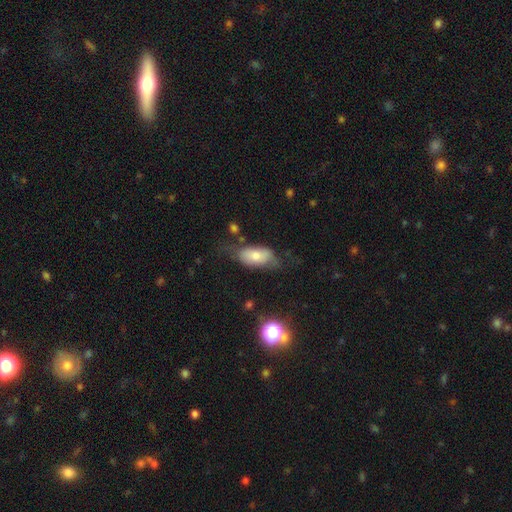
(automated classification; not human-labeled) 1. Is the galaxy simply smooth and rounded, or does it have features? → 69% smooth, 23% featured or disk, 8% star or artifact.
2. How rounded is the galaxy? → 90% in between, 6% cigar-shaped, 4% round.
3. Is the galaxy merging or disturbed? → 44% none, 31% minor disturbance, 20% major disturbance, 4% merger.